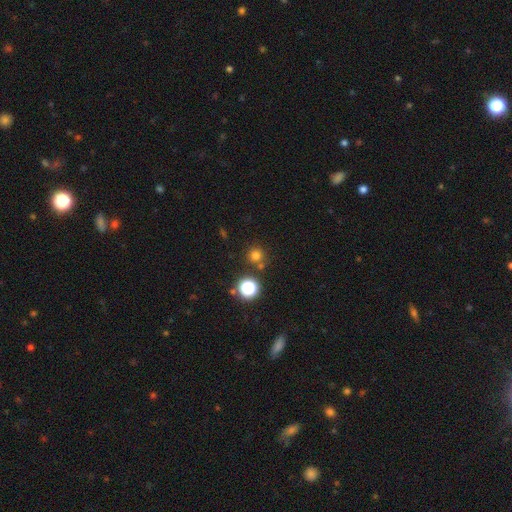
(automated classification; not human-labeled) The model was most divided on "smooth or featured": smooth: 71%, star or artifact: 23%, featured or disk: 6%. More confident: how rounded — round (94%); merging — none (78%).